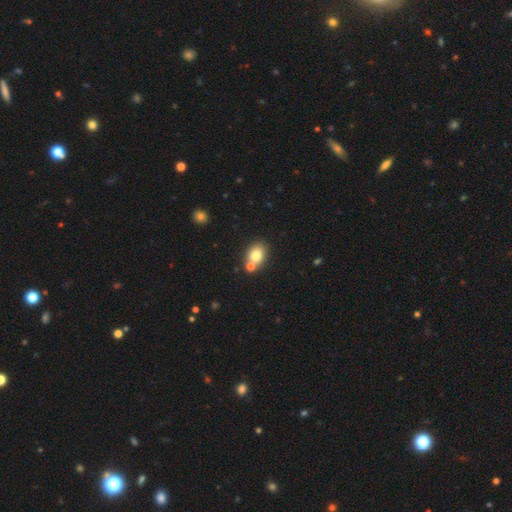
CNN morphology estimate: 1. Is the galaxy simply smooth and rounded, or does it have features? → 78% smooth, 11% featured or disk, 10% star or artifact.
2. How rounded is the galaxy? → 57% in between, 42% round, 1% cigar-shaped.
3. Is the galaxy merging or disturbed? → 59% none, 28% merger, 11% minor disturbance, 3% major disturbance.